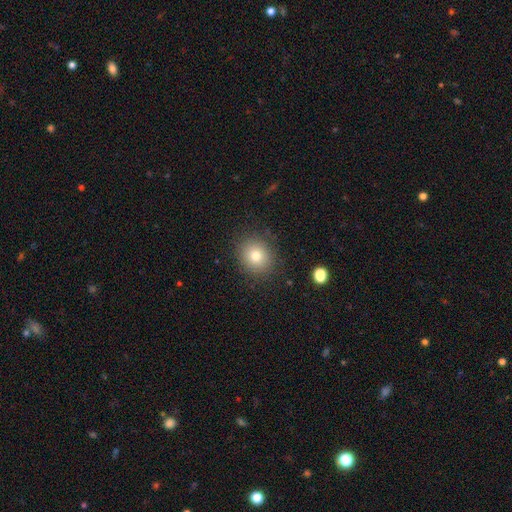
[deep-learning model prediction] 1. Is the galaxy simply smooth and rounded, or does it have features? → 77% smooth, 13% star or artifact, 10% featured or disk.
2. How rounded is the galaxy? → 78% round, 21% in between, 1% cigar-shaped.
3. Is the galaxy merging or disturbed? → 87% none, 8% minor disturbance, 3% major disturbance, 1% merger.